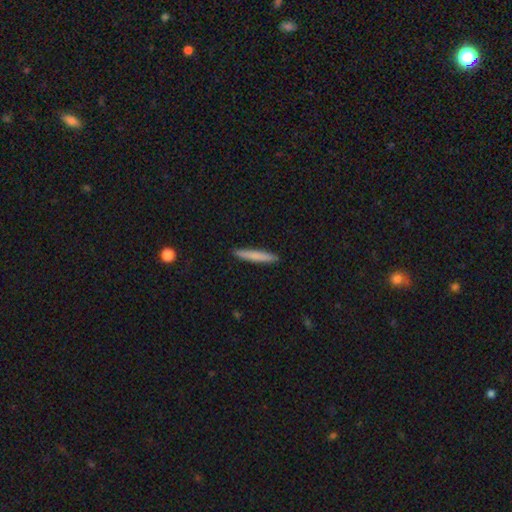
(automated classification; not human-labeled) A smooth galaxy with no disk features (75%) that is cigar-shaped (95%).

Vote fractions:
- Smooth or featured? smooth: 75% / featured or disk: 19% / star or artifact: 6%
- How rounded? cigar-shaped: 95% / in between: 4% / round: 1%
- Merging? none: 91% / minor disturbance: 6% / major disturbance: 1% / merger: 1%